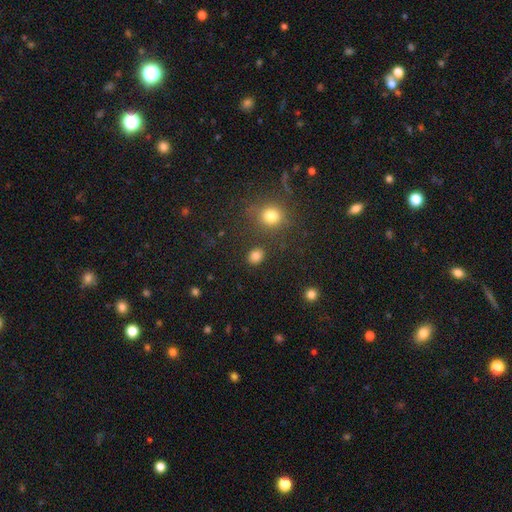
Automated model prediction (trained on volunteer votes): Q: Smooth or featured?
A: smooth (83%); runner-up: star or artifact (13%)
Q: How rounded?
A: round (50%); runner-up: in between (48%)
Q: Merging?
A: none (84%); runner-up: minor disturbance (9%)